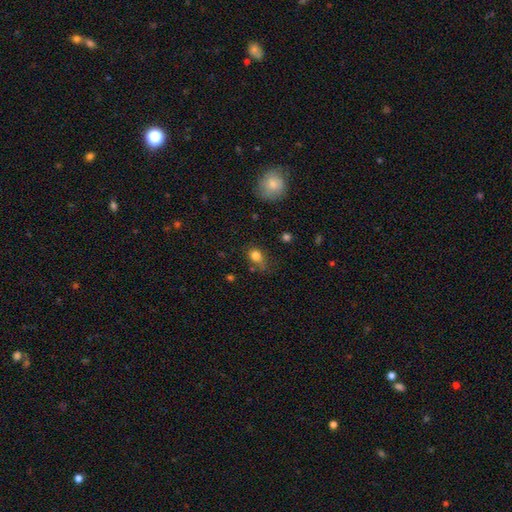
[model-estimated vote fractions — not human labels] Q: Smooth or featured?
A: smooth (81%); runner-up: star or artifact (11%)
Q: How rounded?
A: in between (54%); runner-up: round (44%)
Q: Merging?
A: none (52%); runner-up: minor disturbance (31%)